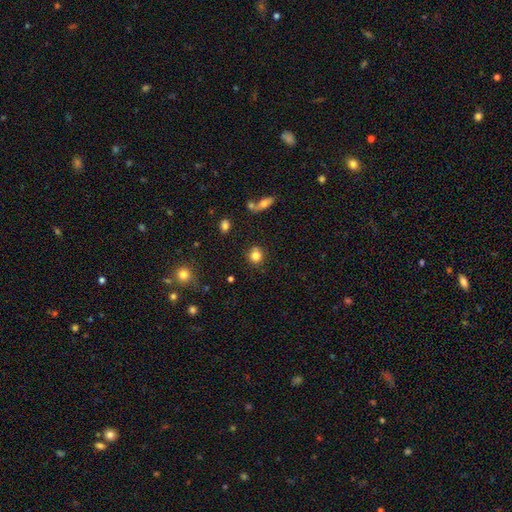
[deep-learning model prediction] This is clearly a smooth galaxy (82%). How rounded: clearly round (84%). Merging: clearly none (83%).